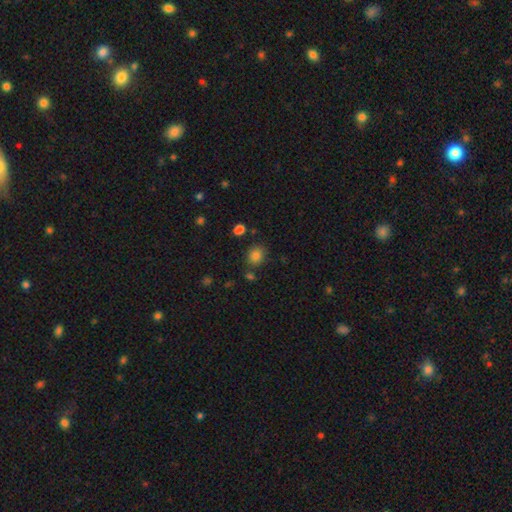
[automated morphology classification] A smooth galaxy with no disk features (82%) that is round (73%). Merging: none (80%).